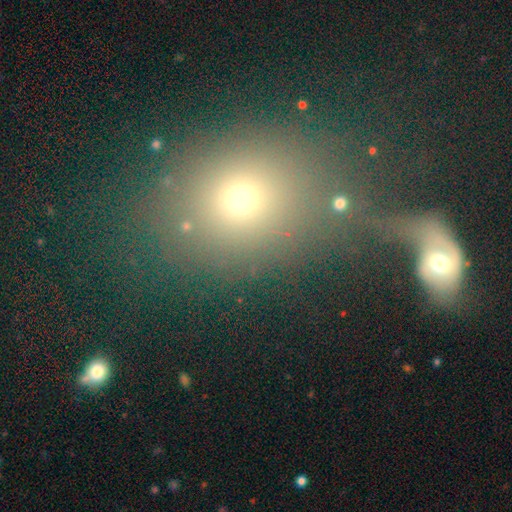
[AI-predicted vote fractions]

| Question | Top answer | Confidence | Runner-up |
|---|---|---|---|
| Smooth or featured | smooth | 65% | star or artifact (18%) |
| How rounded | round | 56% | in between (42%) |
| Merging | none | 54% | merger (23%) |